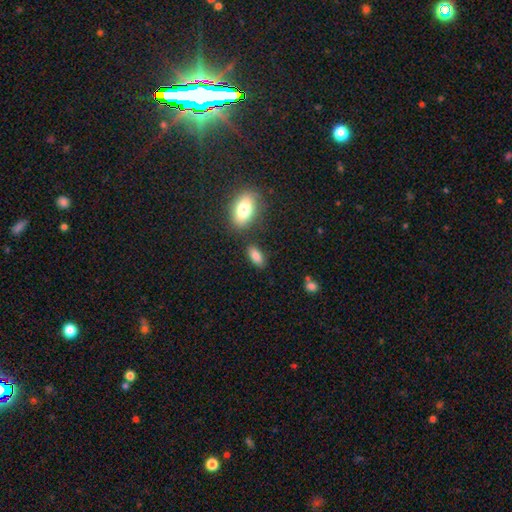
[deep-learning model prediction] smooth 84%, star or artifact 8%, featured or disk 7%. Down the decision tree: how rounded — in between (87%); merging — none (80%).